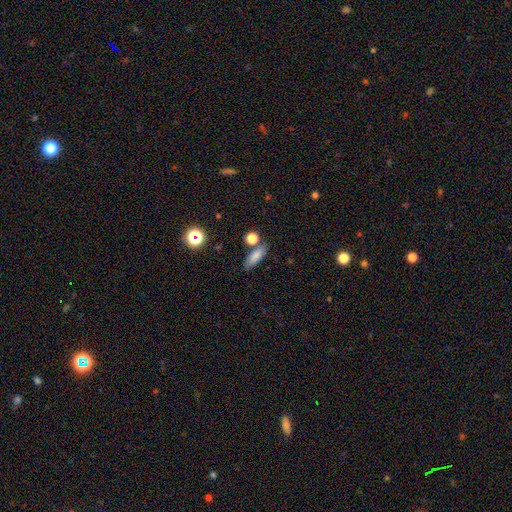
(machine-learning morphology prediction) The model was most divided on "how rounded": in between: 57%, cigar-shaped: 36%, round: 7%. More confident: smooth or featured — smooth (79%); merging — none (72%).